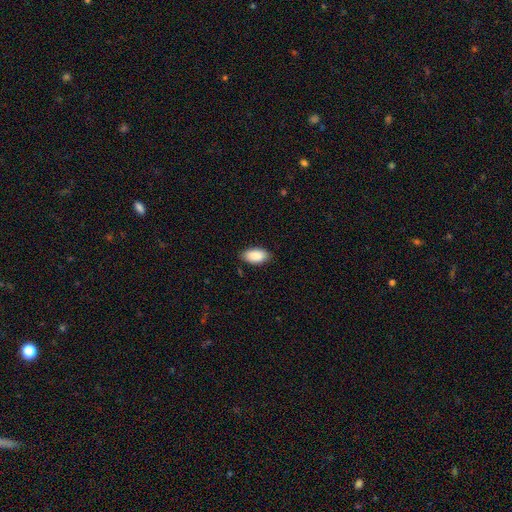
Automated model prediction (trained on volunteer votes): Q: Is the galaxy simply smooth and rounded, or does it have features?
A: smooth — 89%.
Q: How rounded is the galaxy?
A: in between — 95%.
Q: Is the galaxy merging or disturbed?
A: none — 85%.